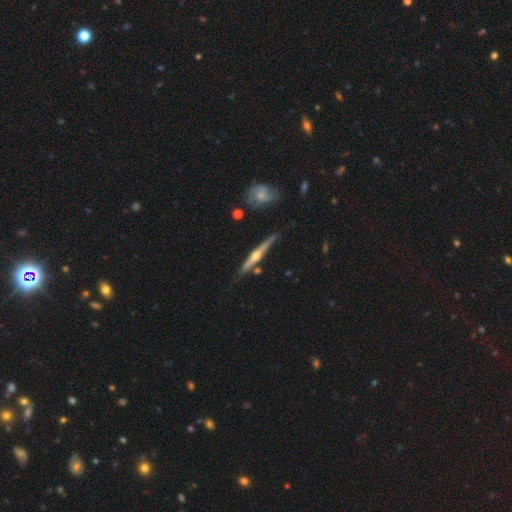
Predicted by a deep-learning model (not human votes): Smooth or featured?
  - featured or disk: 77% *
  - smooth: 17%
  - star or artifact: 5%
Edge-on disk?
  - yes: 97% *
  - no: 3%
Edge-on bulge?
  - rounded: 91% *
  - none: 6%
  - boxy: 3%
Merging?
  - none: 80% *
  - minor disturbance: 12%
  - merger: 5%
  - major disturbance: 2%